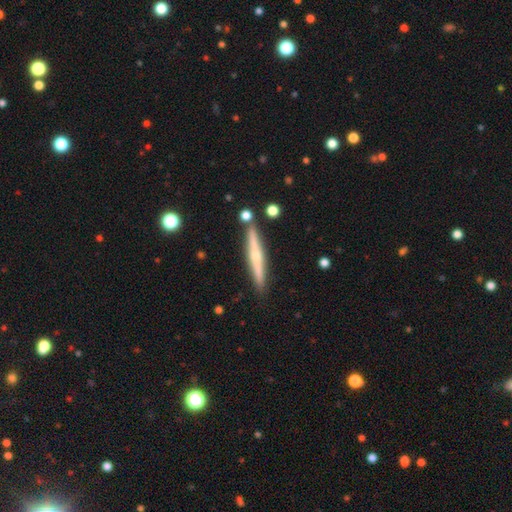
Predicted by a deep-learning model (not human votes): smooth_or_featured: featured or disk (p=0.63) [alt: smooth p=0.31]
disk_edge_on: yes (p=0.97) [alt: no p=0.03]
edge_on_bulge: rounded (p=0.76) [alt: none p=0.18]
merging: none (p=0.86) [alt: minor disturbance p=0.08]